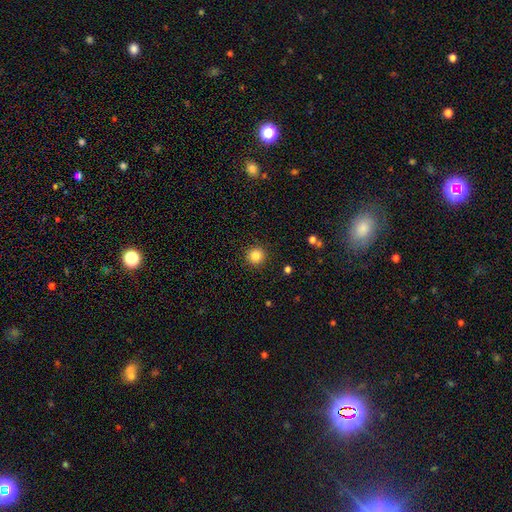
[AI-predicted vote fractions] A smooth galaxy with no disk features (84%) that is round (94%). Merging: none (91%).